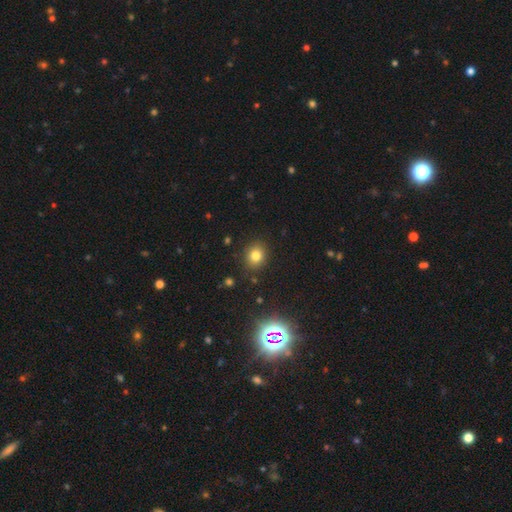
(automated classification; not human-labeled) This is likely a smooth galaxy (77%). How rounded: likely round (66%). Merging: clearly none (88%).